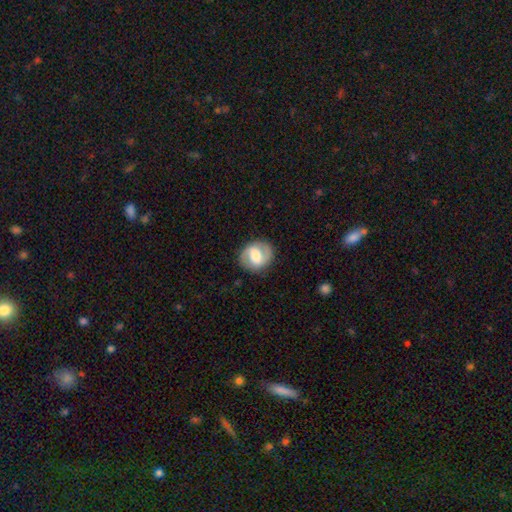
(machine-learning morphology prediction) A featured or disk galaxy (64%) with a weak bar (46%), spiral arms (80%) and a moderate central bulge (58%).

Vote fractions:
- Smooth or featured? featured or disk: 64% / smooth: 30% / star or artifact: 6%
- Edge-on disk? no: 97% / yes: 3%
- Bar? weak: 46% / strong: 31% / no: 23%
- Spiral arms? yes: 80% / no: 20%
- Bulge size? moderate: 58% / large: 22% / small: 16% / none: 2% / dominant: 2%
- Merging? none: 85% / minor disturbance: 10% / major disturbance: 4% / merger: 1%